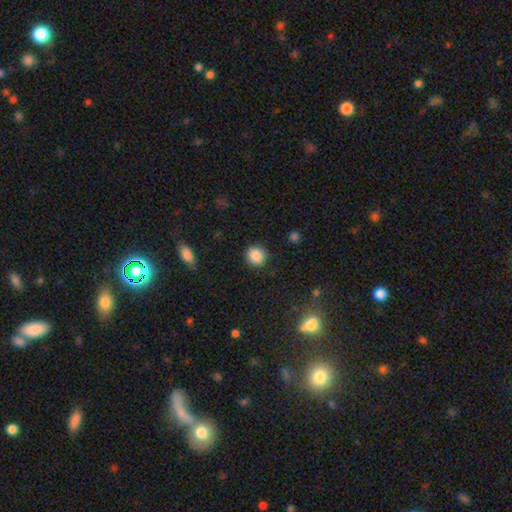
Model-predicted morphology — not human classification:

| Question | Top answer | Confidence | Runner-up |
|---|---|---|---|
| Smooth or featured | smooth | 87% | star or artifact (9%) |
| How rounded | round | 90% | in between (9%) |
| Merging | none | 89% | minor disturbance (7%) |